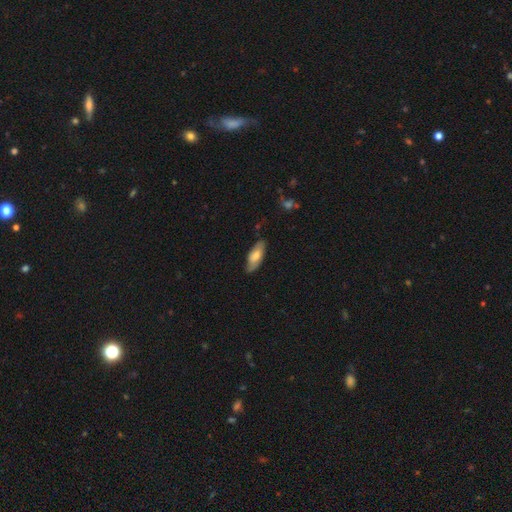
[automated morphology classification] smooth 58%, featured or disk 36%, star or artifact 6%. Down the decision tree: how rounded — in between (76%); merging — none (76%).